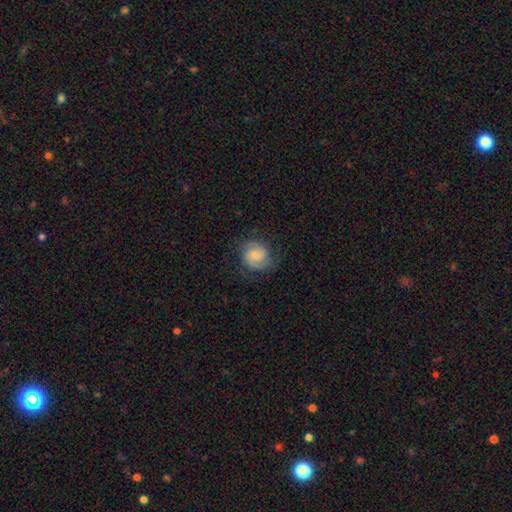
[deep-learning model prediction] smooth_or_featured: featured or disk (p=0.63) [alt: smooth p=0.30]
disk_edge_on: no (p=0.98) [alt: yes p=0.02]
bar: no (p=0.54) [alt: weak p=0.39]
has_spiral_arms: yes (p=0.93) [alt: no p=0.07]
spiral_winding: tight (p=0.44) [alt: medium p=0.43]
spiral_arm_count: 2 (p=0.80) [alt: can't tell p=0.10]
bulge_size: small (p=0.51) [alt: moderate p=0.33]
merging: none (p=0.76) [alt: minor disturbance p=0.16]